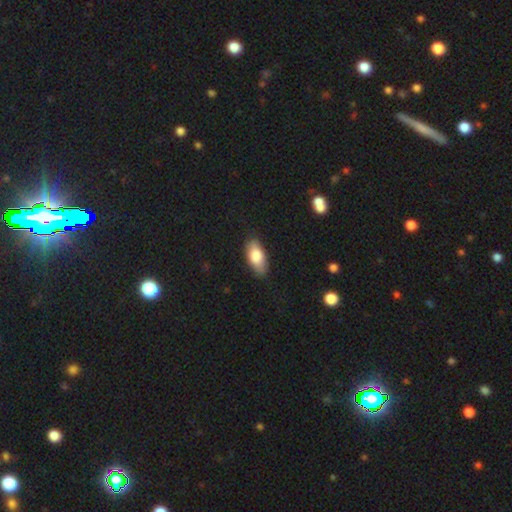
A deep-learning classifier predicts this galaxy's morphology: smooth 79%, featured or disk 15%, star or artifact 6%. Down the decision tree: how rounded — in between (88%); merging — none (83%).